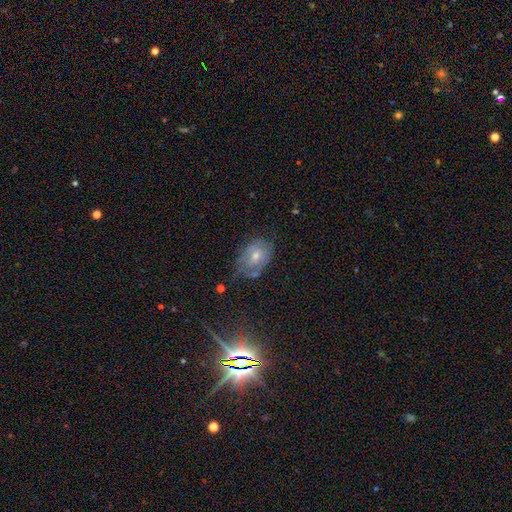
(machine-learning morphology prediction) featured or disk 50%, smooth 28%, star or artifact 22%. Down the decision tree: edge-on disk — no (93%); merging — none (63%).